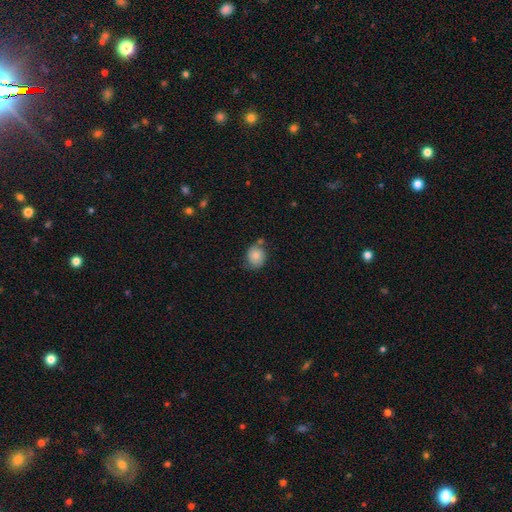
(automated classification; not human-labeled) The model was most divided on "merging": none: 64%, minor disturbance: 22%, merger: 9%, major disturbance: 5%. More confident: smooth or featured — smooth (77%); how rounded — round (72%).